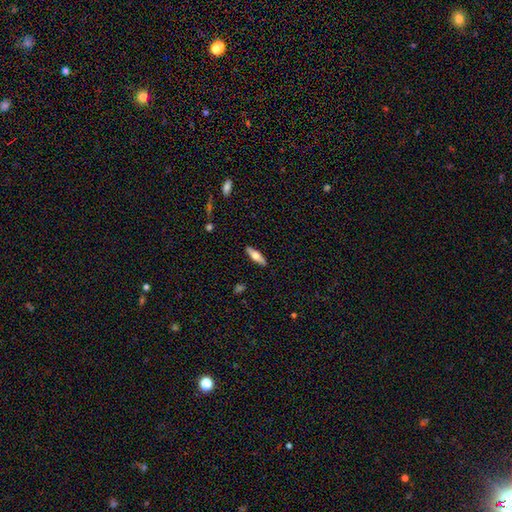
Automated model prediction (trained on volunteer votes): smooth_or_featured: smooth (p=0.52) [alt: featured or disk p=0.42]
how_rounded: cigar-shaped (p=0.55) [alt: in between p=0.43]
merging: none (p=0.90) [alt: minor disturbance p=0.07]